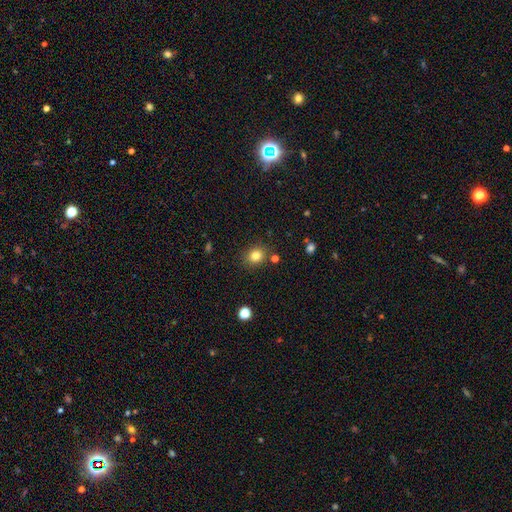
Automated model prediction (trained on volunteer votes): A smooth galaxy with no disk features (81%) that is round (69%). Merging: none (84%).